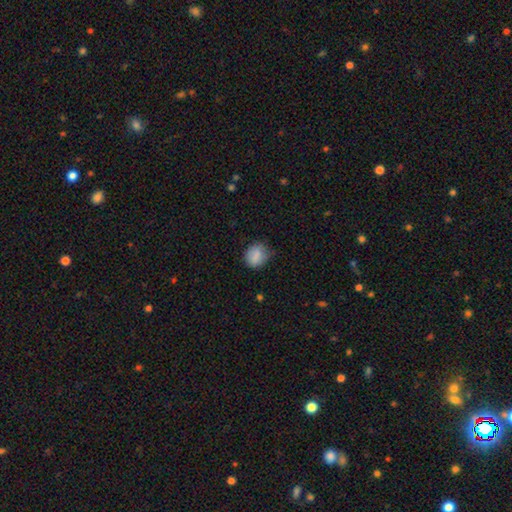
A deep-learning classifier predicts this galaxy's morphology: Smooth or featured: smooth — 84% (star or artifact — 8%)
How rounded: round — 58% (in between — 41%)
Merging: none — 71% (minor disturbance — 22%)